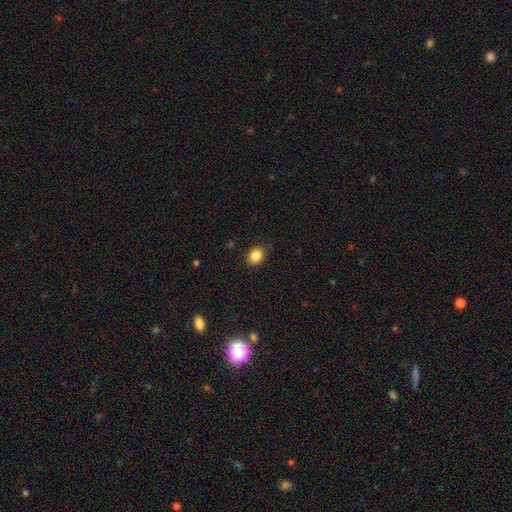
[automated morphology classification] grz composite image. It shows a smooth galaxy with no disk features (86%) that is round (53%). Merging: none (87%).